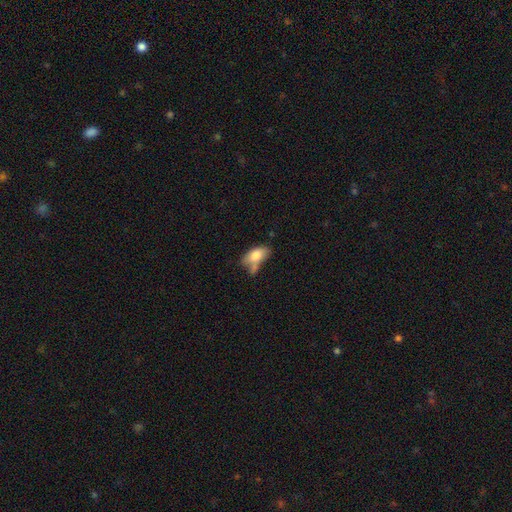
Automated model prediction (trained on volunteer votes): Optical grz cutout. It shows a smooth galaxy with no disk features (75%) that is in between round and cigar-shaped (89%). Merging: none (37%).